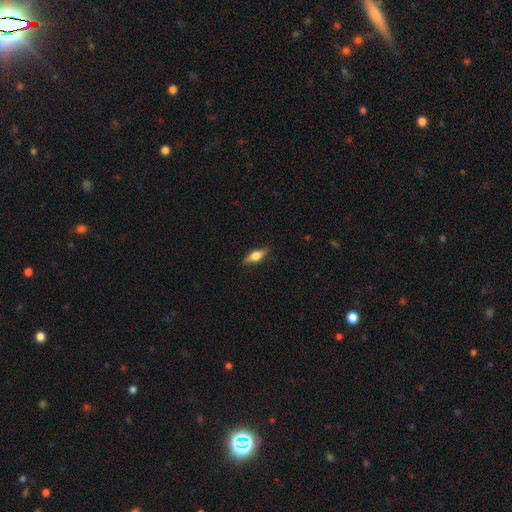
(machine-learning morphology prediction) This appears to be a featured or disk galaxy (49%). Merging: none (85%).